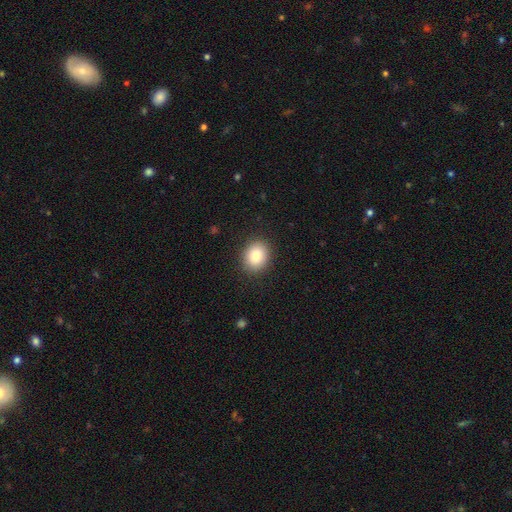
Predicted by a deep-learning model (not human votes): smooth-or-featured: smooth: 84% | star or artifact: 9% | featured or disk: 7%
  how-rounded: round: 63% | in between: 36% | cigar-shaped: 1%
  merging: none: 90% | minor disturbance: 7% | major disturbance: 2% | merger: 1%